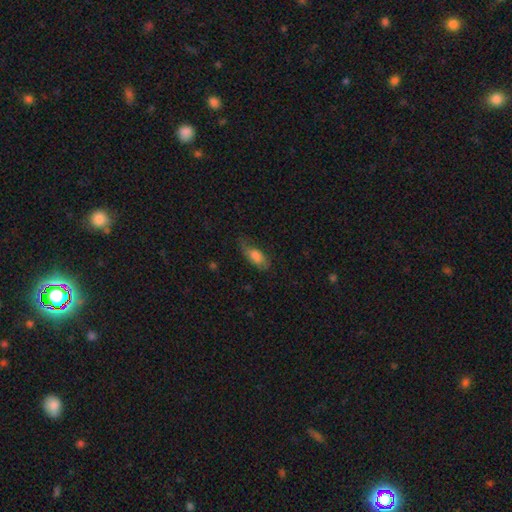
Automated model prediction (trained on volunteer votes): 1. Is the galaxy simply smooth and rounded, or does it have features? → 72% smooth, 20% featured or disk, 8% star or artifact.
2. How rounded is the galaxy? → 83% in between, 14% cigar-shaped, 3% round.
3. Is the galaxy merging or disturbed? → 57% none, 28% minor disturbance, 13% major disturbance, 2% merger.